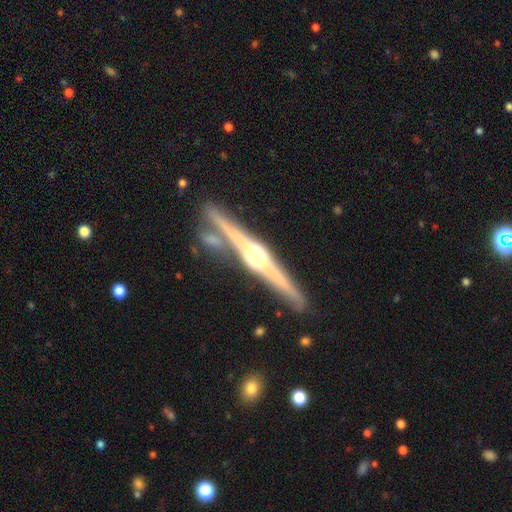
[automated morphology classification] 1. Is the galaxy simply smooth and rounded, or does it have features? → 87% featured or disk, 8% smooth, 5% star or artifact.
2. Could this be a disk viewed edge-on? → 98% yes, 2% no.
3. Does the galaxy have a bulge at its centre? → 86% rounded, 10% boxy, 4% none.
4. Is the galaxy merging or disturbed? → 80% none, 10% minor disturbance, 8% merger, 2% major disturbance.